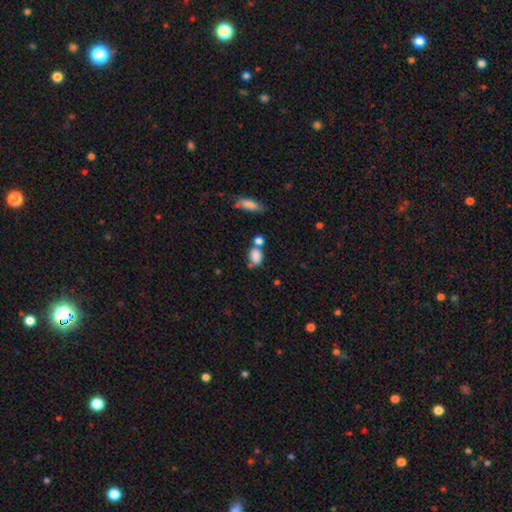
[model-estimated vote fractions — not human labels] Smooth or featured?
  - smooth: 82% *
  - star or artifact: 10%
  - featured or disk: 8%
How rounded?
  - in between: 71% *
  - round: 27%
  - cigar-shaped: 2%
Merging?
  - none: 45% *
  - merger: 33%
  - minor disturbance: 16%
  - major disturbance: 7%